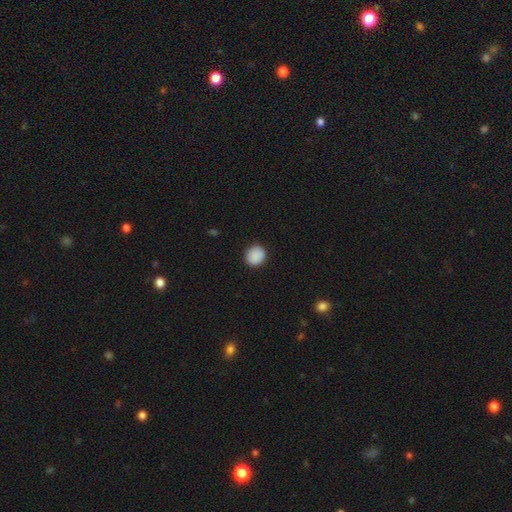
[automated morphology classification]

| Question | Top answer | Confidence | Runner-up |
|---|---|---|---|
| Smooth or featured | smooth | 89% | star or artifact (8%) |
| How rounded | round | 80% | in between (19%) |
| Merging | none | 88% | minor disturbance (9%) |